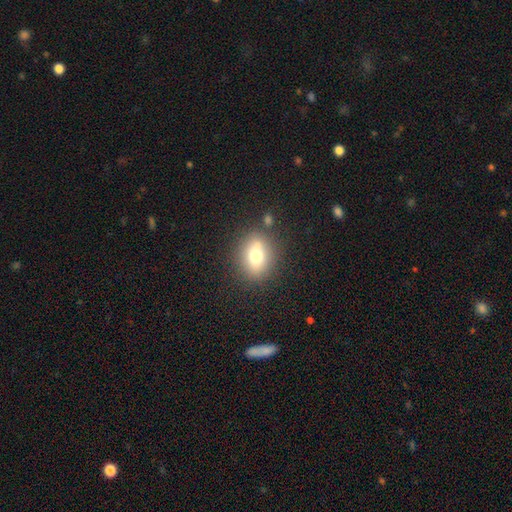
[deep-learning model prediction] Morphology: type=smooth (70%); roundness=round (51%); merging=none (77%).